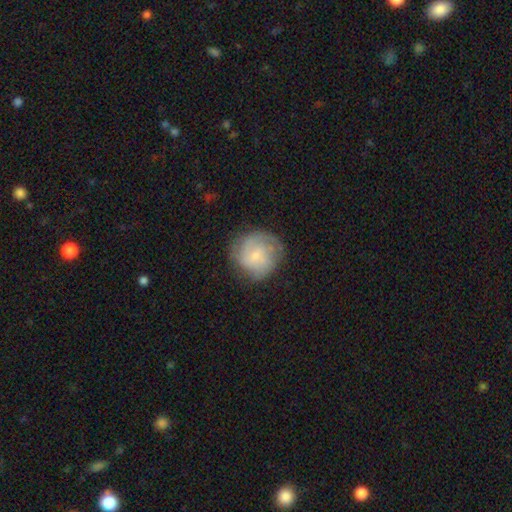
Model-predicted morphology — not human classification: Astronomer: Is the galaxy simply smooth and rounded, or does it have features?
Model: featured or disk — 53% (runner-up: smooth, 40%).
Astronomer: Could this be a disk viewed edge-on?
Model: no — 98%.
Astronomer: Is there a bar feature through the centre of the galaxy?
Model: no — 70%.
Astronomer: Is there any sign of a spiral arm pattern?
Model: yes — 85%.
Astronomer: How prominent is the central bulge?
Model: small — 69%.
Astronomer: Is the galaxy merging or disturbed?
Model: none — 71%.